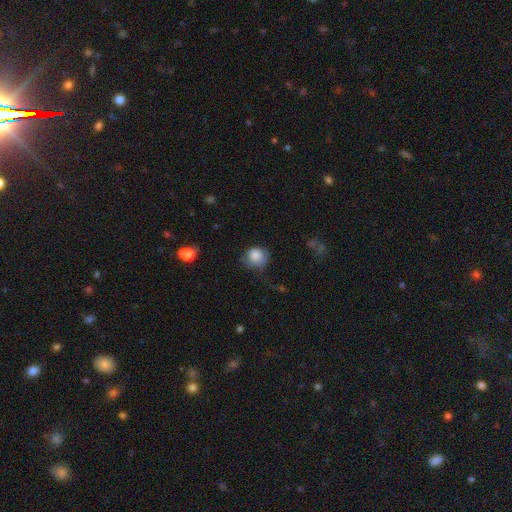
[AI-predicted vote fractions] The model was most divided on "merging": none: 56%, minor disturbance: 31%, major disturbance: 11%, merger: 2%. More confident: smooth or featured — smooth (84%); how rounded — round (82%).